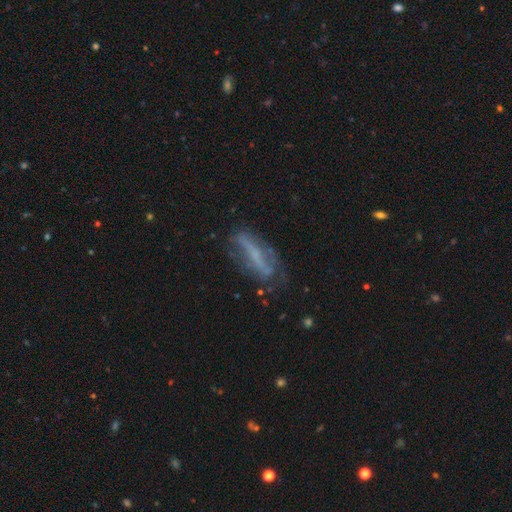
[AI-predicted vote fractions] Q: Smooth or featured?
A: featured or disk (61%); runner-up: smooth (28%)
Q: Edge-on disk?
A: no (69%); runner-up: yes (31%)
Q: Merging?
A: none (56%); runner-up: minor disturbance (24%)